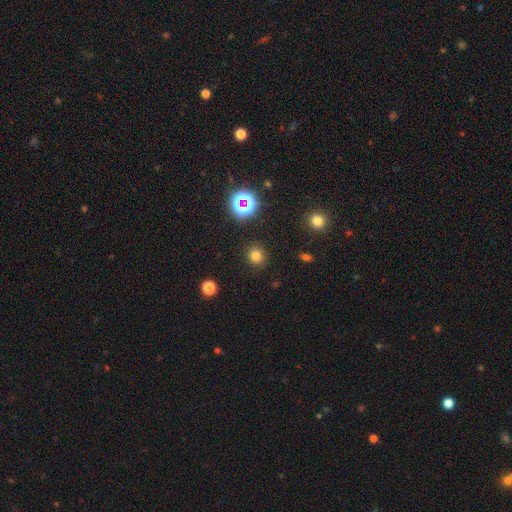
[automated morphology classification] This is likely a smooth galaxy (74%). How rounded: clearly round (91%). Merging: clearly none (90%).